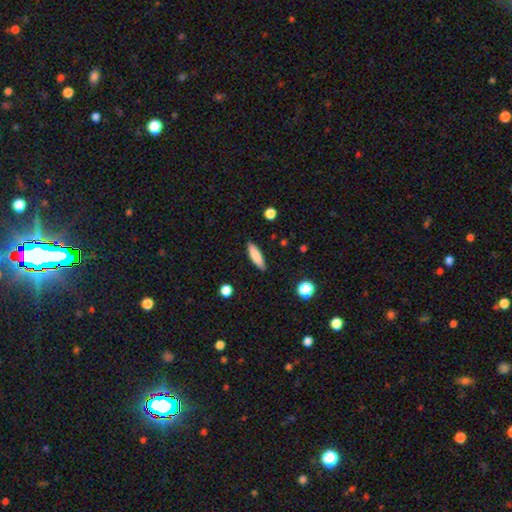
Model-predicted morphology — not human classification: Smooth or featured? Predicted: smooth (p=0.82). How rounded? Predicted: cigar-shaped (p=0.63). Merging? Predicted: none (p=0.87).